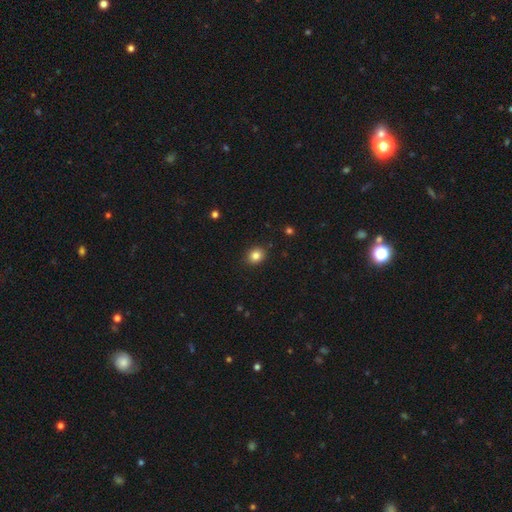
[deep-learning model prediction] smooth_or_featured: smooth (p=0.83) [alt: star or artifact p=0.11]
how_rounded: round (p=0.66) [alt: in between p=0.33]
merging: none (p=0.89) [alt: minor disturbance p=0.08]